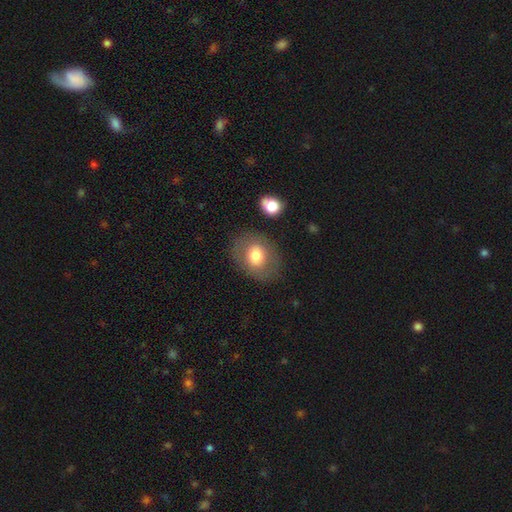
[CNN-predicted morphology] smooth 73%, featured or disk 19%, star or artifact 8%. Down the decision tree: how rounded — in between (53%); merging — none (78%).